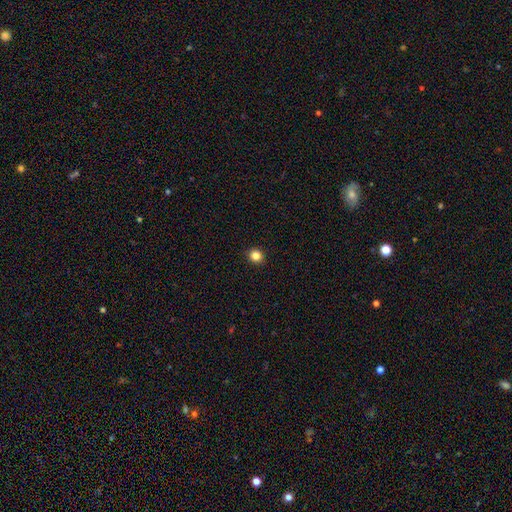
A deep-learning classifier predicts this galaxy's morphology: This is clearly a smooth galaxy (84%). How rounded: clearly round (89%). Merging: clearly none (93%).